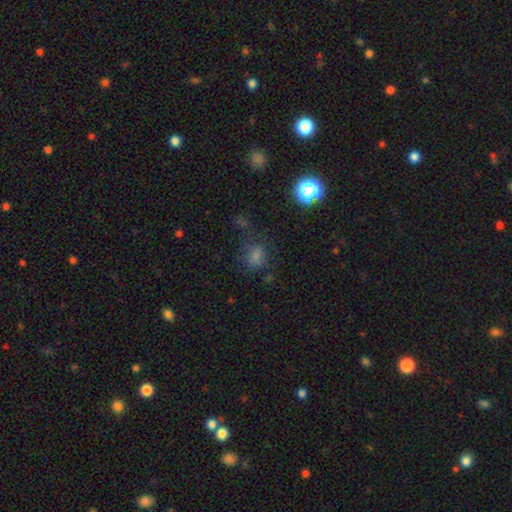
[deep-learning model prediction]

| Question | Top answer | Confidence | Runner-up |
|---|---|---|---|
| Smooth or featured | smooth | 60% | star or artifact (30%) |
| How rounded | round | 69% | in between (30%) |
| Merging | none | 66% | minor disturbance (19%) |